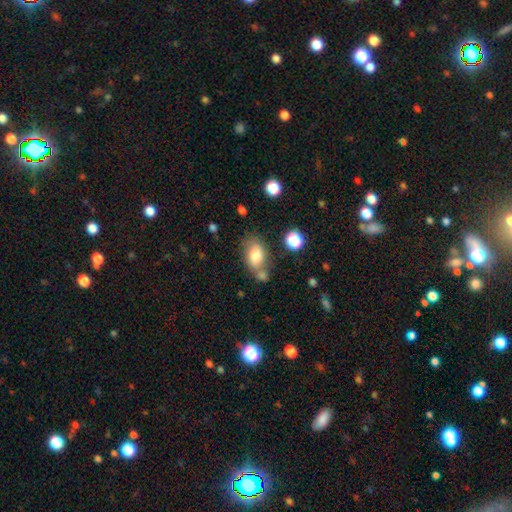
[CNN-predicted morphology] smooth 79%, featured or disk 11%, star or artifact 9%. Down the decision tree: how rounded — in between (83%); merging — none (54%).